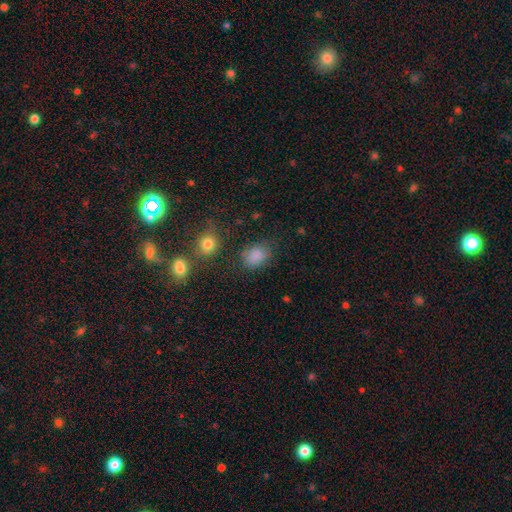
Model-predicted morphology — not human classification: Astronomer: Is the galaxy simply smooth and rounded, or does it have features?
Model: smooth — 83%.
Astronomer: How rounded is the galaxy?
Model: in between — 68%.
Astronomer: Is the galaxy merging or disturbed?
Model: none — 71%.